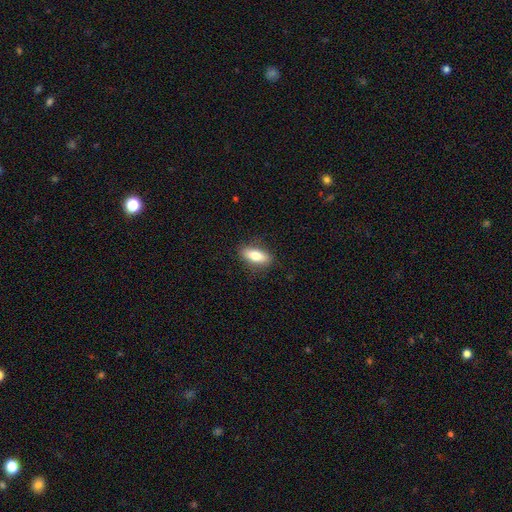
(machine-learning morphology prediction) Smooth or featured? Predicted: smooth (p=0.77). How rounded? Predicted: in between (p=0.79). Merging? Predicted: none (p=0.84).